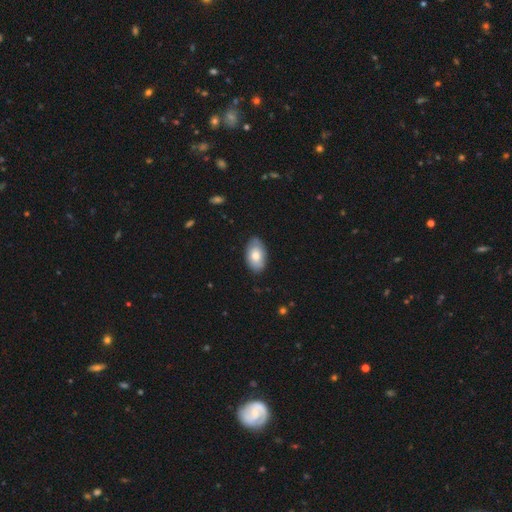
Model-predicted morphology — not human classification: smooth 75%, featured or disk 19%, star or artifact 6%. Down the decision tree: how rounded — in between (94%); merging — none (82%).